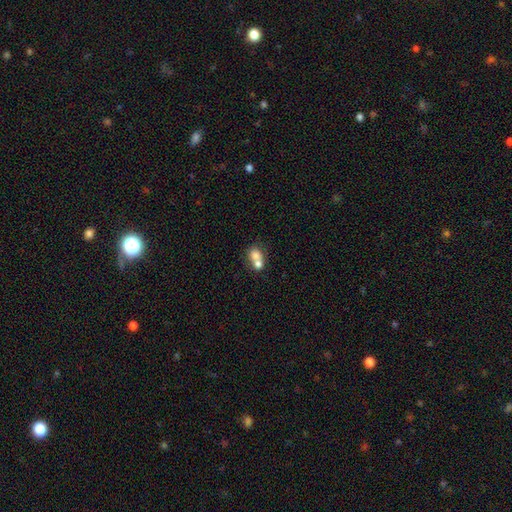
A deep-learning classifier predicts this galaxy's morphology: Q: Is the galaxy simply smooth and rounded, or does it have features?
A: smooth — 71%.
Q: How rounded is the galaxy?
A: round — 60%.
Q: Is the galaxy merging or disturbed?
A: merger — 67%.